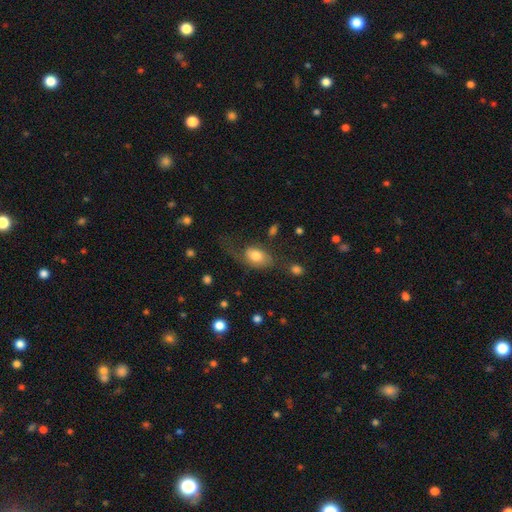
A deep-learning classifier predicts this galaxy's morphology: Smooth or featured?
  - smooth: 69% *
  - featured or disk: 23%
  - star or artifact: 8%
How rounded?
  - in between: 84% *
  - round: 14%
  - cigar-shaped: 2%
Merging?
  - none: 38% *
  - major disturbance: 34%
  - minor disturbance: 23%
  - merger: 5%